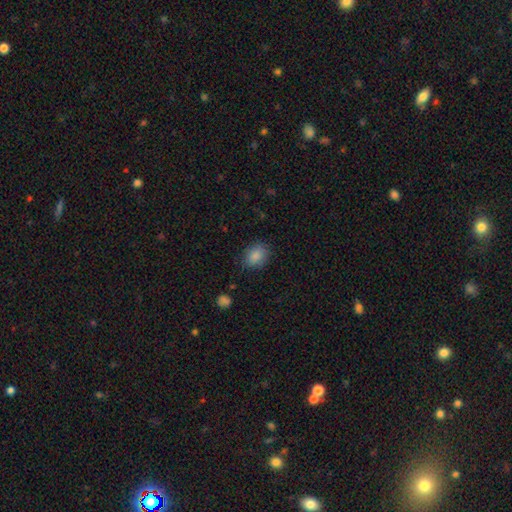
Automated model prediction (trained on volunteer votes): smooth 86%, star or artifact 9%, featured or disk 5%. Down the decision tree: how rounded — in between (64%); merging — none (81%).